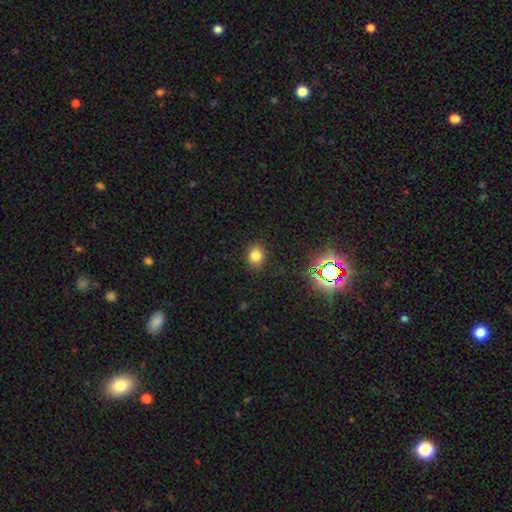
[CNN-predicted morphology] Q: Smooth or featured?
A: smooth (78%); runner-up: star or artifact (16%)
Q: How rounded?
A: round (63%); runner-up: in between (36%)
Q: Merging?
A: none (86%); runner-up: minor disturbance (9%)